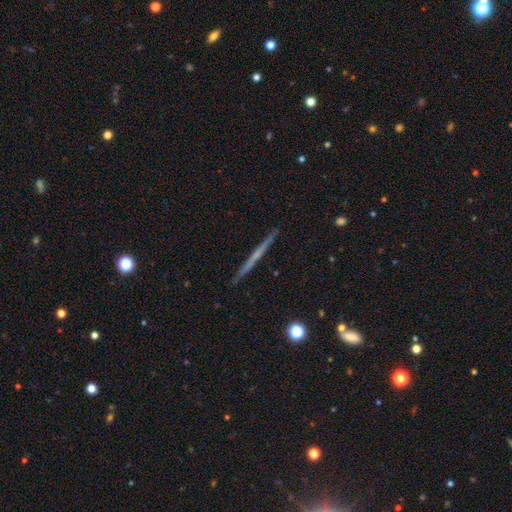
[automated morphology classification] smooth_or_featured: featured or disk (p=0.61) [alt: smooth p=0.32]
disk_edge_on: yes (p=0.98) [alt: no p=0.02]
edge_on_bulge: none (p=0.82) [alt: rounded p=0.13]
merging: none (p=0.92) [alt: minor disturbance p=0.05]